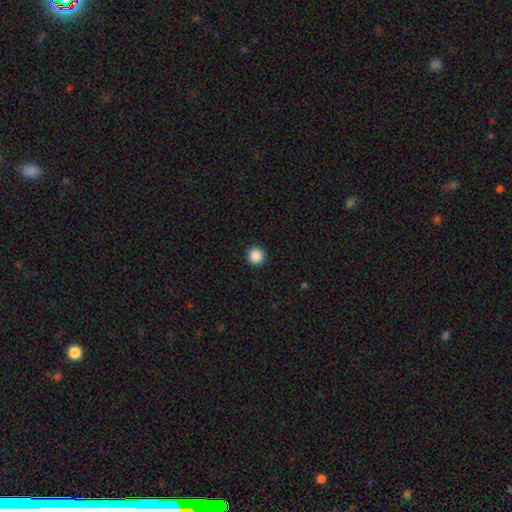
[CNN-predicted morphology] Smooth or featured? Predicted: smooth (p=0.88). How rounded? Predicted: round (p=0.96). Merging? Predicted: none (p=0.94).